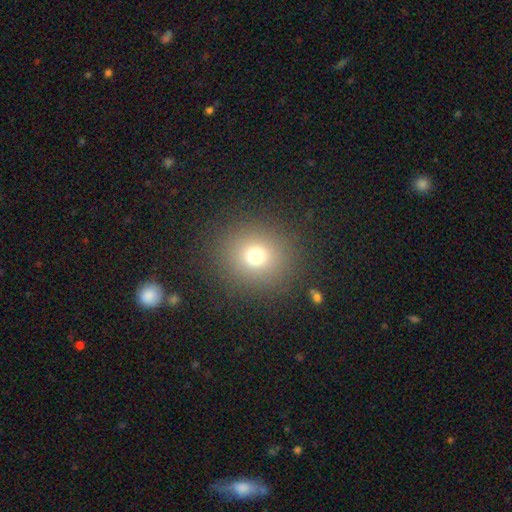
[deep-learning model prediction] A smooth galaxy with no disk features (71%) that is round (88%). Merging: none (88%).